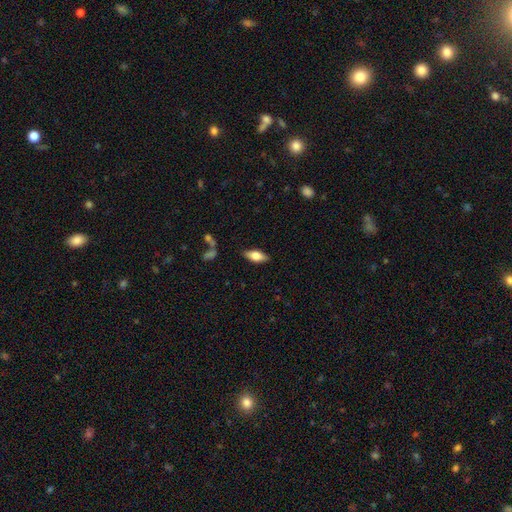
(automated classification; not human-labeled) smooth_or_featured: smooth (p=0.66) [alt: featured or disk p=0.27]
how_rounded: in between (p=0.78) [alt: cigar-shaped p=0.19]
merging: none (p=0.86) [alt: minor disturbance p=0.10]